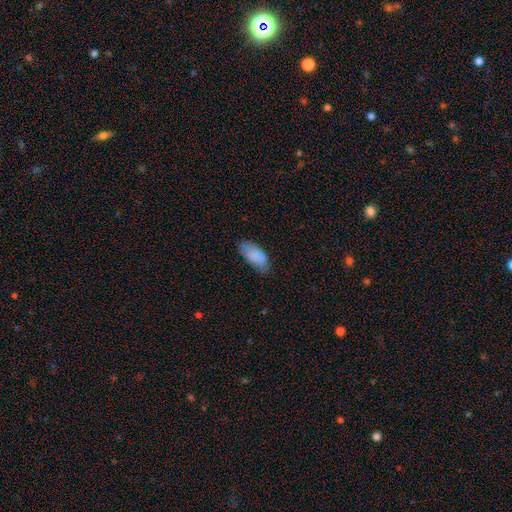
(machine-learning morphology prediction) Smooth or featured? smooth (84%)
How rounded? in between (92%)
Merging? none (68%)